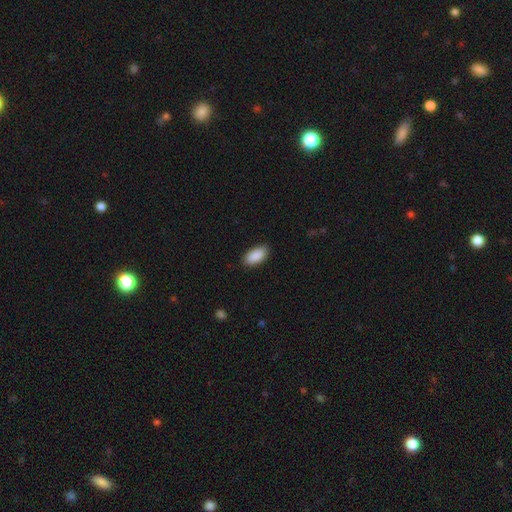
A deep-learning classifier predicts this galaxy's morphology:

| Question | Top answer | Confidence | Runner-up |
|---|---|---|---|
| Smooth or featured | smooth | 91% | star or artifact (6%) |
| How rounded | in between | 93% | cigar-shaped (4%) |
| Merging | none | 87% | minor disturbance (10%) |